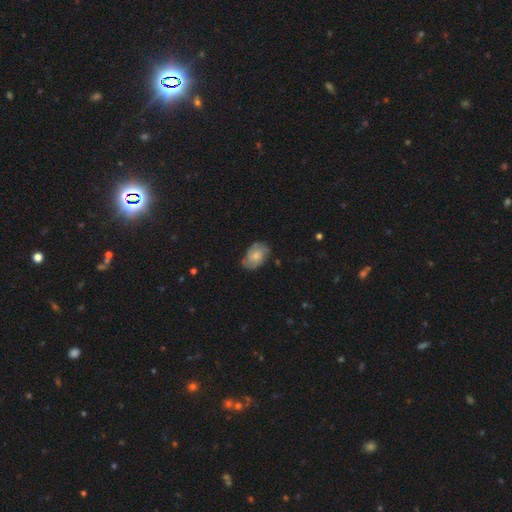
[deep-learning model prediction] Smooth or featured? Predicted: featured or disk (p=0.48). Merging? Predicted: none (p=0.68).